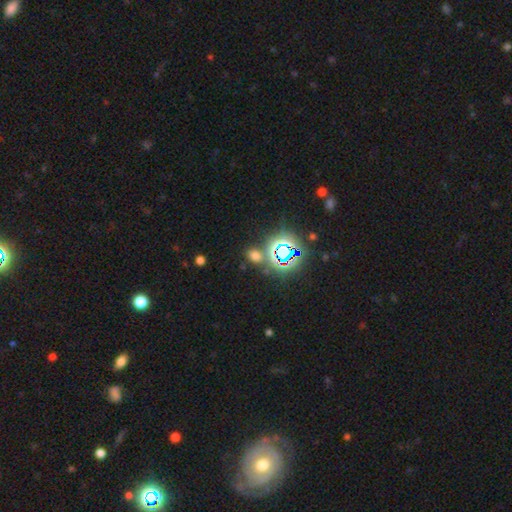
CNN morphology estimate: Smooth or featured? smooth (52%)
How rounded? in between (61%)
Merging? none (76%)